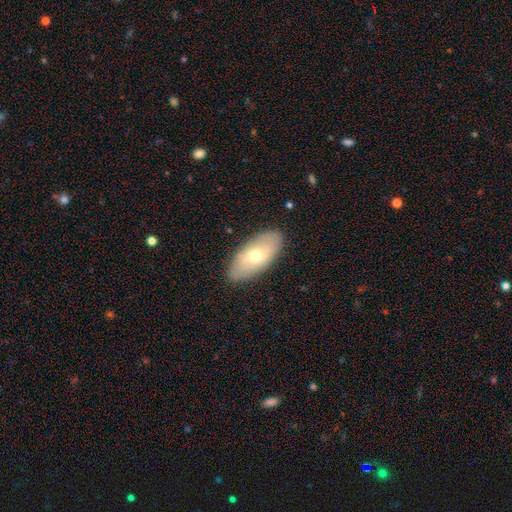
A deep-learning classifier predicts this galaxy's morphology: This appears to be a smooth galaxy with no disk features (54%) that is in between round and cigar-shaped (89%). Merging: none (87%).